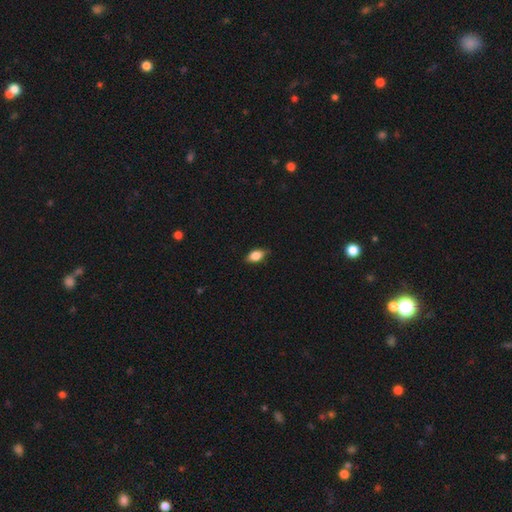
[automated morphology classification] Smooth or featured? smooth (79%)
How rounded? in between (87%)
Merging? none (83%)